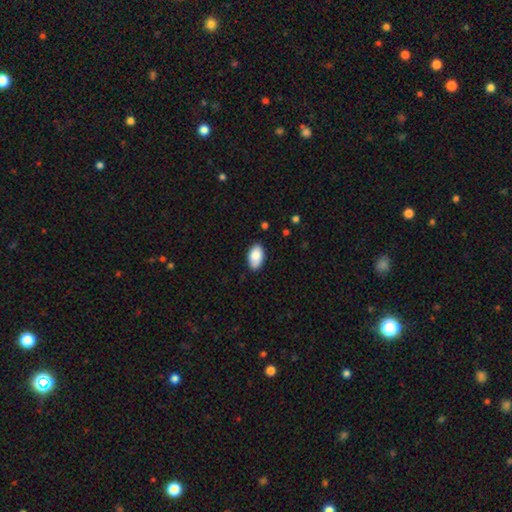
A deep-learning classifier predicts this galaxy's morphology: Smooth or featured? Predicted: smooth (p=0.86). How rounded? Predicted: in between (p=0.95). Merging? Predicted: none (p=0.83).